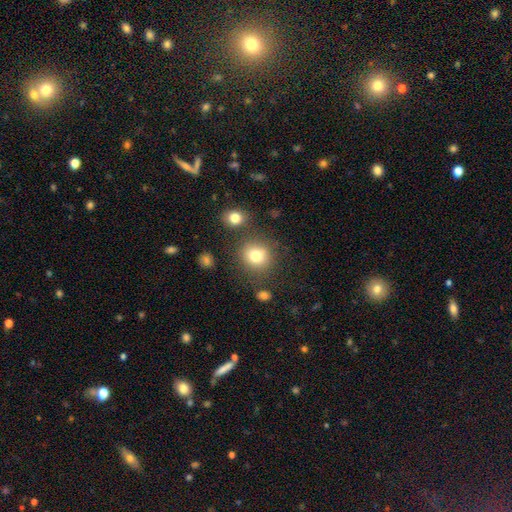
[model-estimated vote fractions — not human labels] smooth 79%, star or artifact 12%, featured or disk 9%. Down the decision tree: how rounded — round (85%); merging — none (78%).